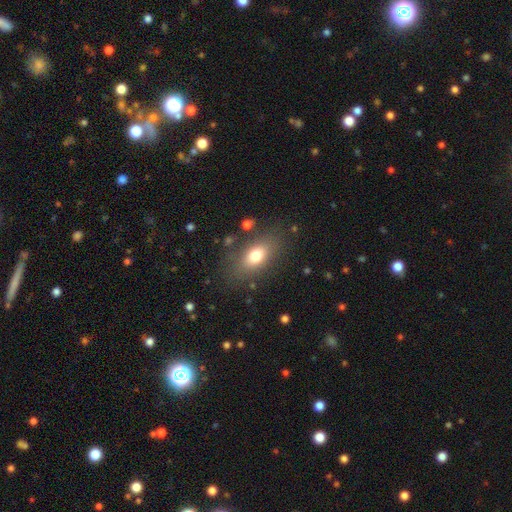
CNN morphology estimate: Smooth or featured: smooth — 74% (featured or disk — 16%)
How rounded: in between — 83% (round — 11%)
Merging: none — 80% (minor disturbance — 12%)